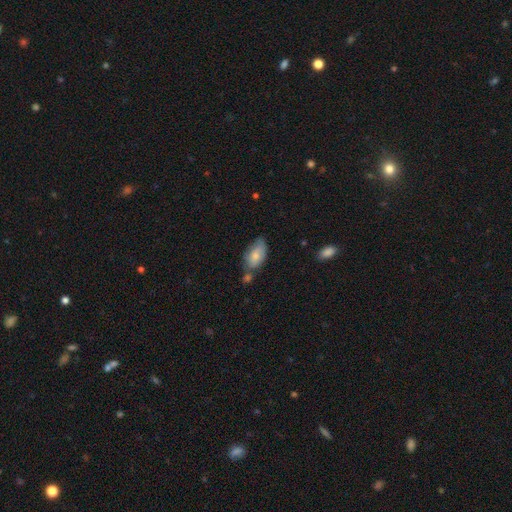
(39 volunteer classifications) smooth 85%, featured or disk 13%, star or artifact 3%. Down the decision tree: how rounded — in between (91%); merging — none (45%).